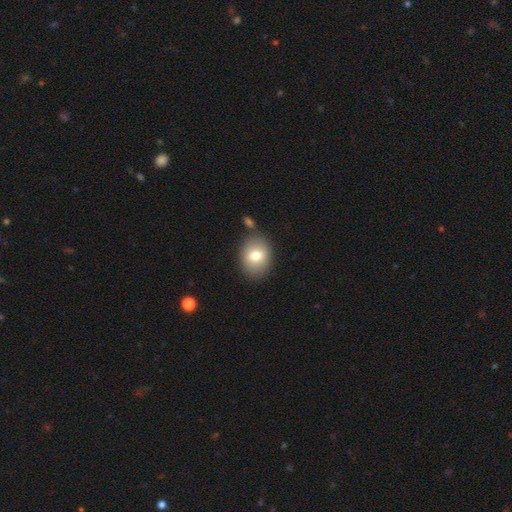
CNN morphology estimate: Overall: smooth (75%). How rounded: in between (57%; round 42%). Merging: none (76%).